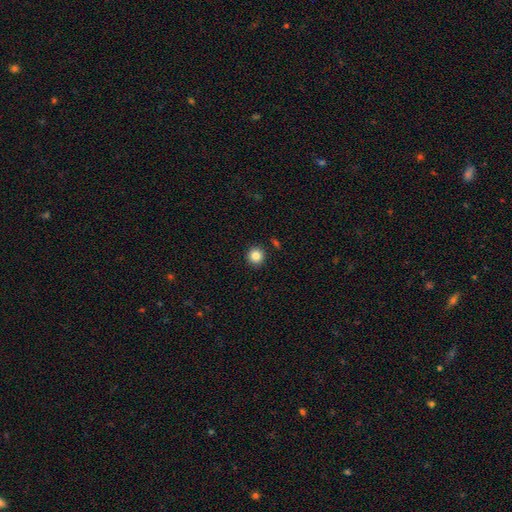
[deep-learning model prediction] Morphology: type=smooth (85%); roundness=round (93%); merging=none (91%).